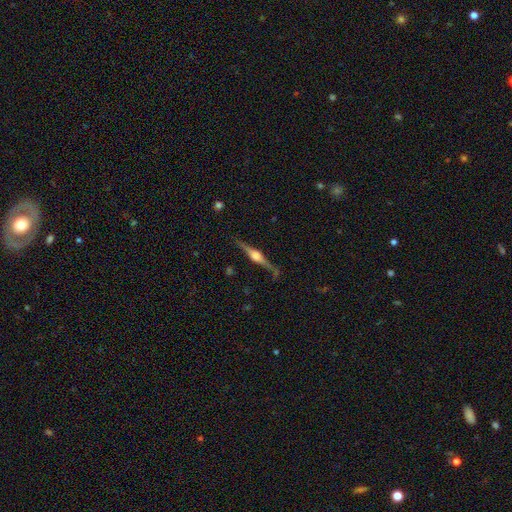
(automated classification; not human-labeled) Q: Smooth or featured?
A: featured or disk (84%); runner-up: smooth (11%)
Q: Edge-on disk?
A: yes (98%); runner-up: no (2%)
Q: Edge-on bulge?
A: rounded (87%); runner-up: boxy (10%)
Q: Merging?
A: none (84%); runner-up: minor disturbance (12%)